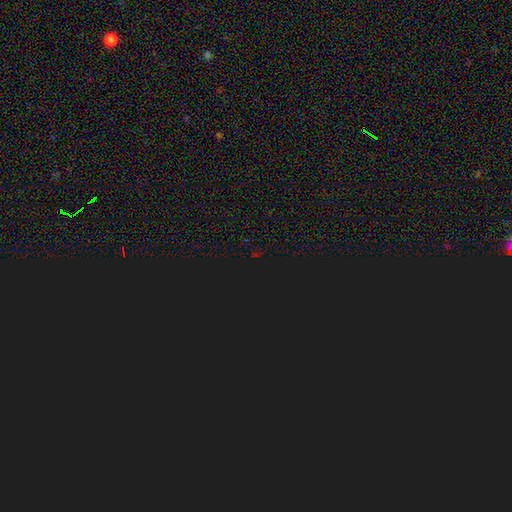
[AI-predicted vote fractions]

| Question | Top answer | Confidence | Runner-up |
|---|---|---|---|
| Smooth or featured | star or artifact | 79% | smooth (14%) |